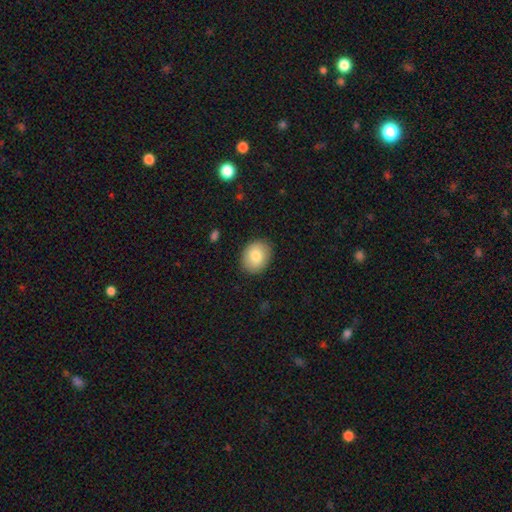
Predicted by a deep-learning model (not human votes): smooth 82%, featured or disk 11%, star or artifact 8%. Down the decision tree: how rounded — in between (50%); merging — none (88%).